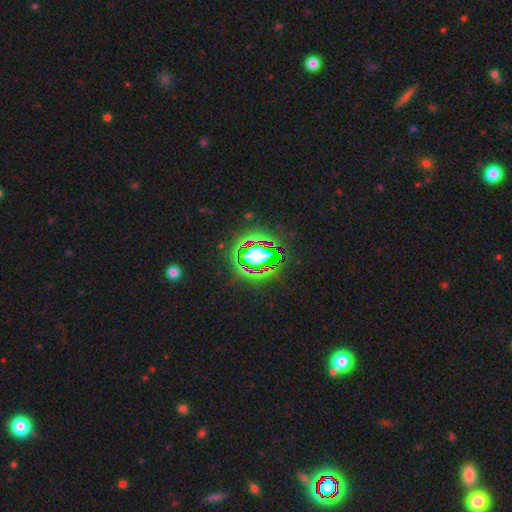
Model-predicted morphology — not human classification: Q: Smooth or featured?
A: star or artifact (70%); runner-up: smooth (16%)